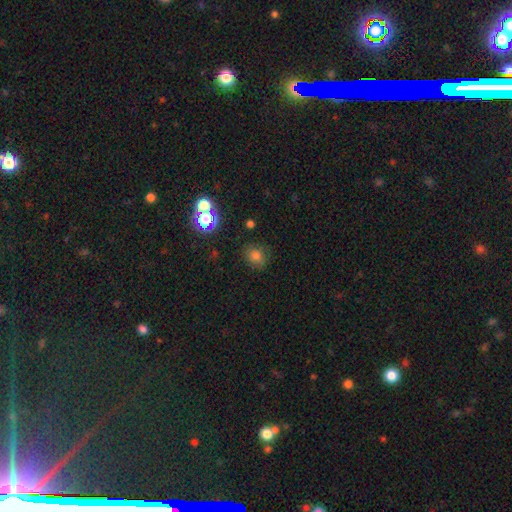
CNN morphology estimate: smooth_or_featured: smooth (p=0.73) [alt: star or artifact p=0.20]
how_rounded: round (p=0.69) [alt: in between p=0.30]
merging: none (p=0.82) [alt: minor disturbance p=0.12]